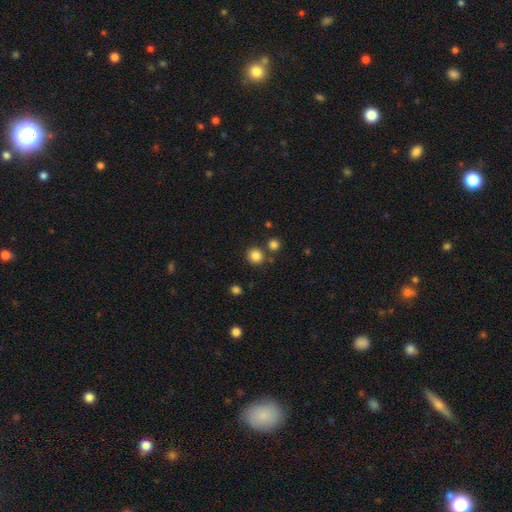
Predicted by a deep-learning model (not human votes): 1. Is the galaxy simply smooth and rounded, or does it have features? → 84% smooth, 11% star or artifact, 4% featured or disk.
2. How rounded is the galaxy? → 89% round, 10% in between, 1% cigar-shaped.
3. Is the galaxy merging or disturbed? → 79% none, 11% merger, 7% minor disturbance, 3% major disturbance.